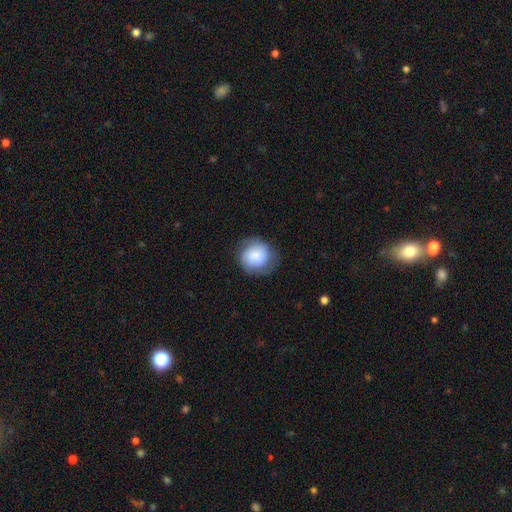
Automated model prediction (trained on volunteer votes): A smooth galaxy with no disk features (77%) that is round (84%).

Vote fractions:
- Smooth or featured? smooth: 77% / featured or disk: 15% / star or artifact: 7%
- How rounded? round: 84% / in between: 15% / cigar-shaped: 1%
- Merging? none: 74% / minor disturbance: 19% / major disturbance: 7% / merger: 1%